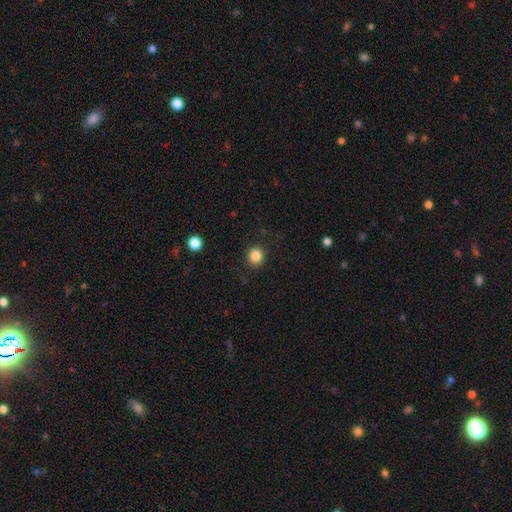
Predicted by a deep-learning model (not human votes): This appears to be a smooth galaxy with no disk features (85%) that is round (90%). Merging: none (90%).